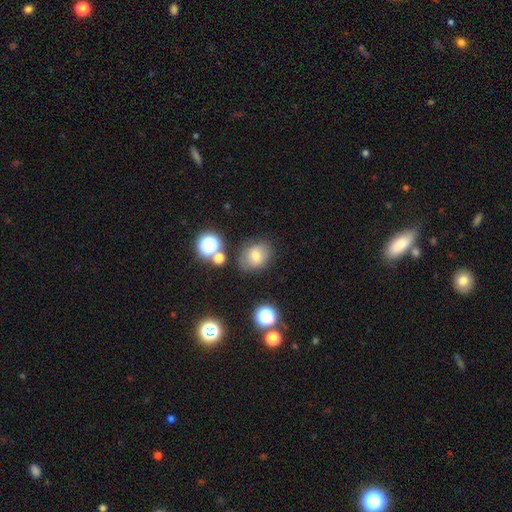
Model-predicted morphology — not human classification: Overall: smooth (69%). How rounded: in between (51%; round 48%). Merging: none (73%).